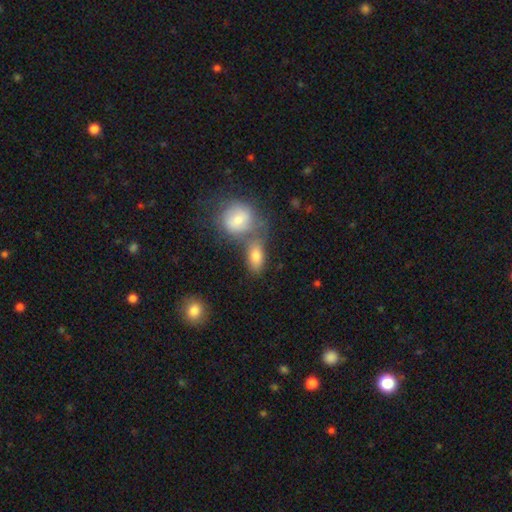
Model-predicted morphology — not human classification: smooth-or-featured: smooth: 78% | featured or disk: 13% | star or artifact: 9%
  how-rounded: in between: 82% | round: 13% | cigar-shaped: 5%
  merging: none: 47% | merger: 34% | minor disturbance: 13% | major disturbance: 6%